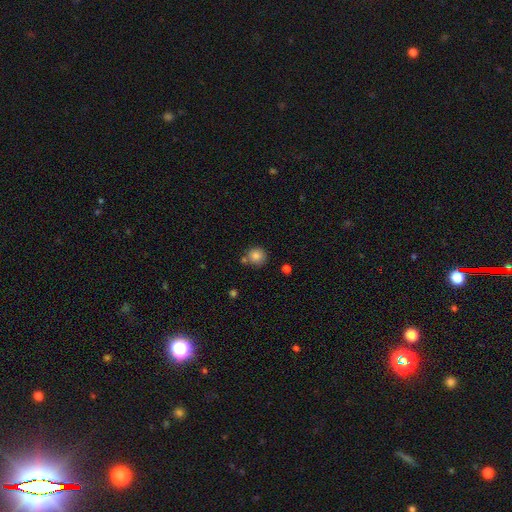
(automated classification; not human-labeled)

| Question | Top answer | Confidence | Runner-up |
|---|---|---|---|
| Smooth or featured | smooth | 83% | star or artifact (10%) |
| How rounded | round | 92% | in between (7%) |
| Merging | none | 70% | merger (15%) |